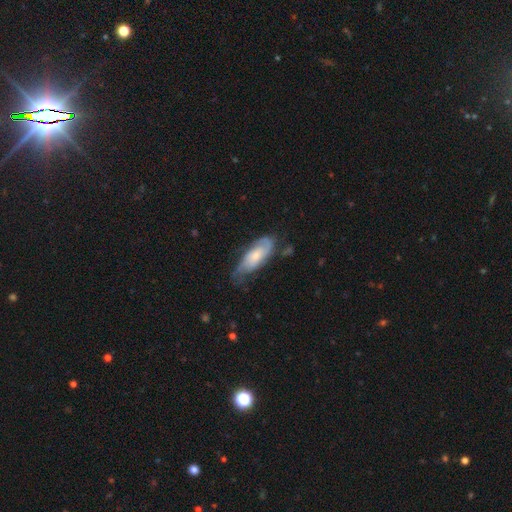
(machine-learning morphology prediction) This appears to be a featured or disk galaxy (61%) with no bar (70%), spiral arms (87%) and a small central bulge (46%). Merging: none (53%).